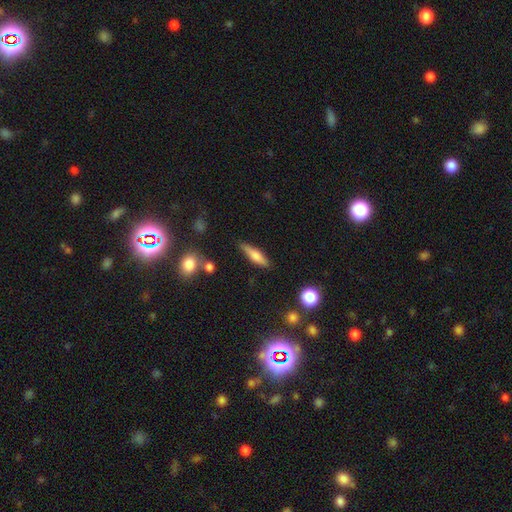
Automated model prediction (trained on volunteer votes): A smooth galaxy with no disk features (60%) that is cigar-shaped (68%).

Vote fractions:
- Smooth or featured? smooth: 60% / featured or disk: 32% / star or artifact: 7%
- How rounded? cigar-shaped: 68% / in between: 29% / round: 3%
- Merging? none: 80% / minor disturbance: 14% / merger: 3% / major disturbance: 3%